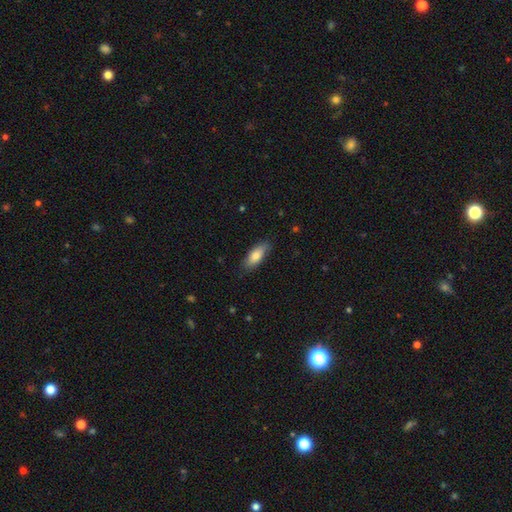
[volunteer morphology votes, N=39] Smooth or featured? 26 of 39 (67%) said smooth. How rounded? 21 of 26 (81%) said in between. Merging? 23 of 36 (64%) said none.